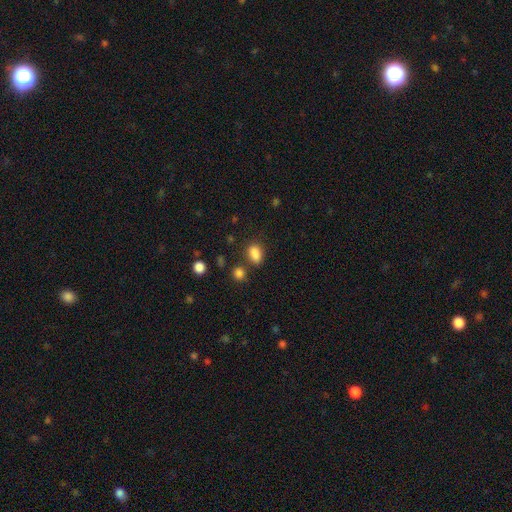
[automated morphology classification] type=smooth (85%); roundness=in between (79%); merging=none (68%).